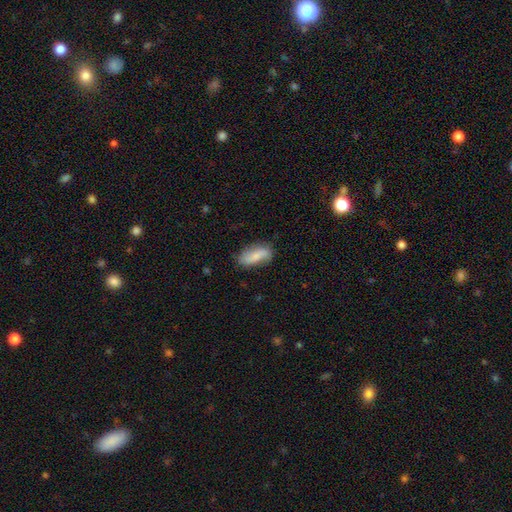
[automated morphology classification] Smooth or featured?
  - smooth: 69% *
  - featured or disk: 25%
  - star or artifact: 7%
How rounded?
  - in between: 78% *
  - cigar-shaped: 19%
  - round: 3%
Merging?
  - none: 71% *
  - minor disturbance: 22%
  - major disturbance: 5%
  - merger: 2%